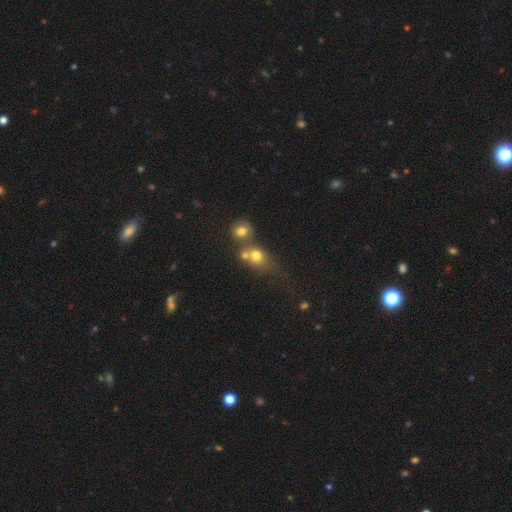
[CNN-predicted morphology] smooth 71%, featured or disk 15%, star or artifact 14%. Down the decision tree: how rounded — round (72%); merging — merger (47%).